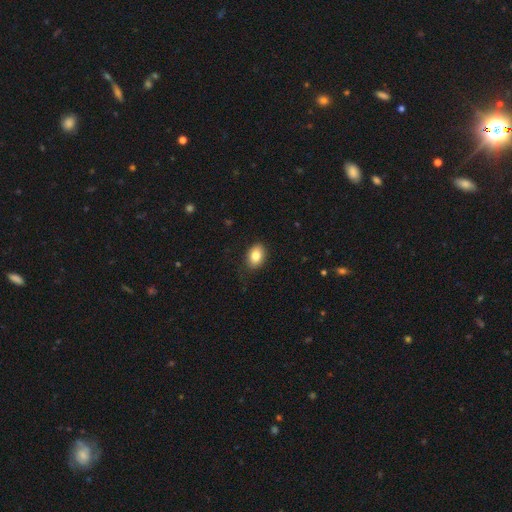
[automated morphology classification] smooth-or-featured: smooth: 84% | star or artifact: 8% | featured or disk: 8%
  how-rounded: in between: 81% | round: 18% | cigar-shaped: 1%
  merging: none: 83% | minor disturbance: 13% | major disturbance: 3% | merger: 1%